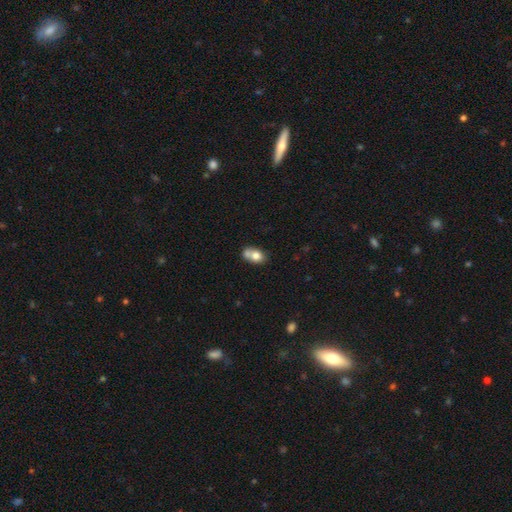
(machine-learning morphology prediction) Smooth or featured: smooth — 73% (featured or disk — 18%)
How rounded: in between — 61% (round — 38%)
Merging: merger — 51% (none — 32%)